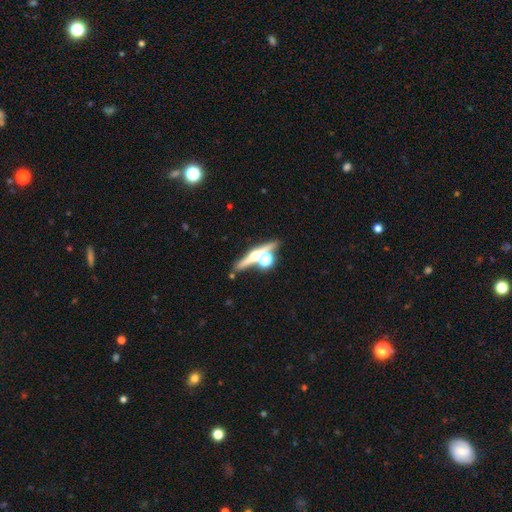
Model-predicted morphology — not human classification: Smooth or featured? Predicted: featured or disk (p=0.54). Edge-on disk? Predicted: yes (p=0.84). Merging? Predicted: none (p=0.60).